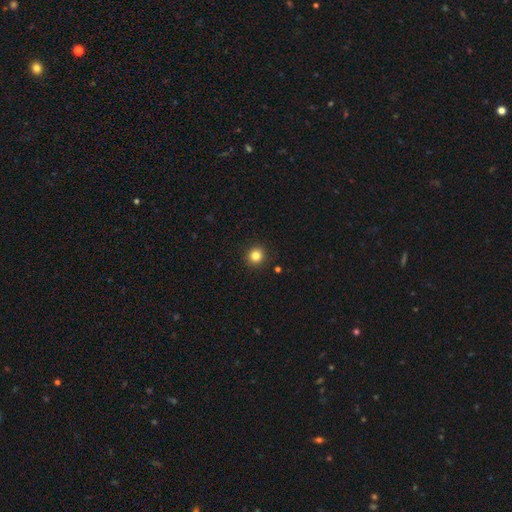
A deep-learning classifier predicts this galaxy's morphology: smooth 83%, star or artifact 12%, featured or disk 5%. Down the decision tree: how rounded — round (90%); merging — none (91%).